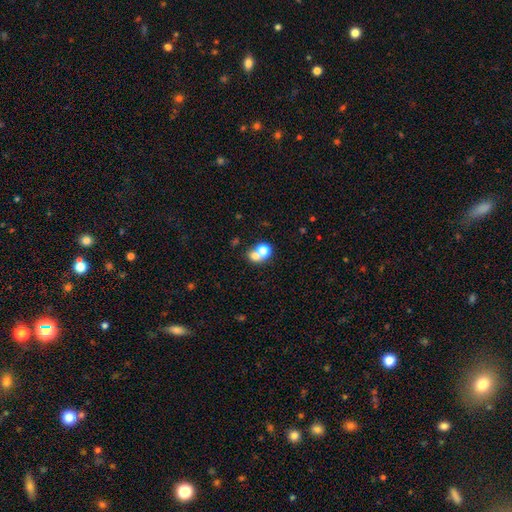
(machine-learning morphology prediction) Overall: smooth (70%). How rounded: round (72%). Merging: merger (57%; none 34%).